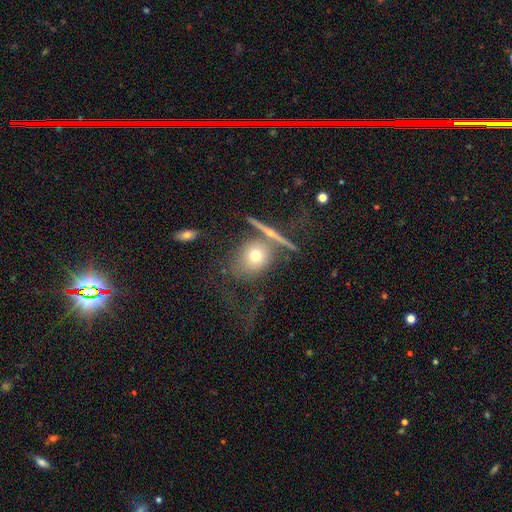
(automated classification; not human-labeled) This appears to be a smooth galaxy with no disk features (57%) that is round (70%). Merging: none (60%).